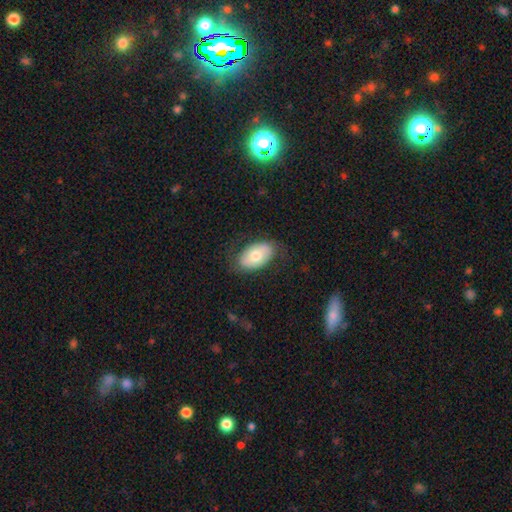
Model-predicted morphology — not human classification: smooth 65%, featured or disk 29%, star or artifact 6%. Down the decision tree: how rounded — in between (92%); merging — none (75%).